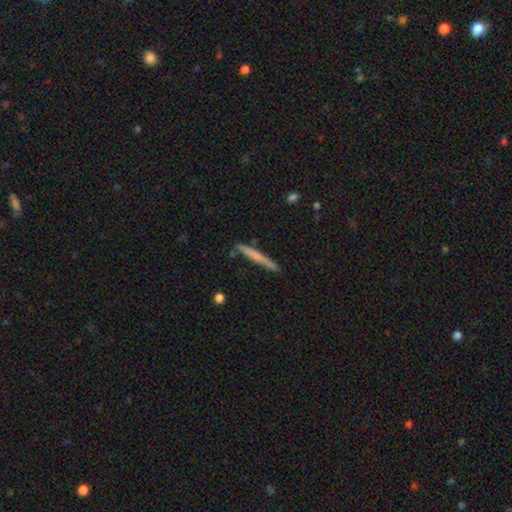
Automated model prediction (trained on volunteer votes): A smooth galaxy with no disk features (59%) that is cigar-shaped (96%).

Vote fractions:
- Smooth or featured? smooth: 59% / featured or disk: 35% / star or artifact: 6%
- How rounded? cigar-shaped: 96% / in between: 2% / round: 2%
- Merging? none: 84% / minor disturbance: 12% / merger: 2% / major disturbance: 2%